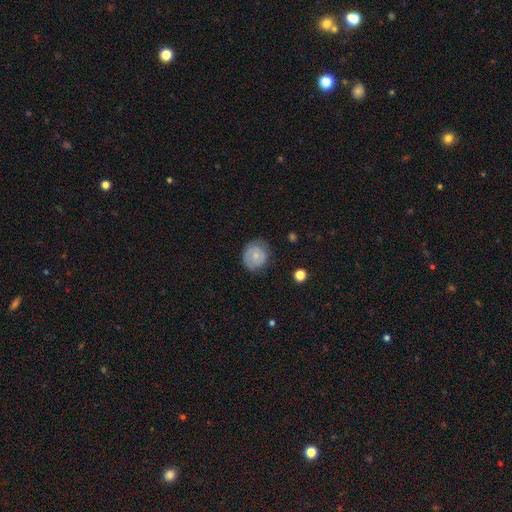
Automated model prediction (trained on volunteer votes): Q: Smooth or featured?
A: smooth (60%); runner-up: featured or disk (32%)
Q: How rounded?
A: round (78%); runner-up: in between (21%)
Q: Merging?
A: none (69%); runner-up: minor disturbance (24%)